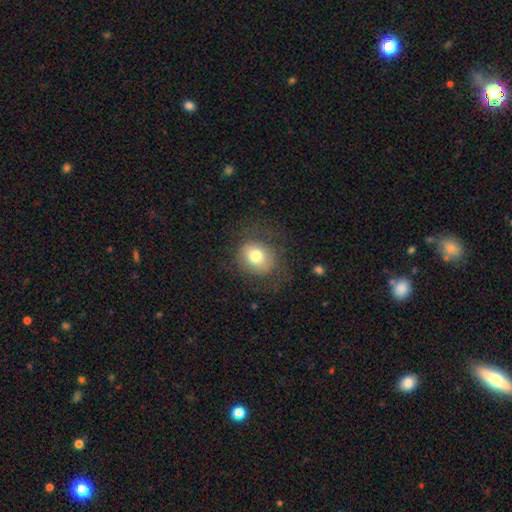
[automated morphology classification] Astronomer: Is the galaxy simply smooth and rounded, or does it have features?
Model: smooth — 74%.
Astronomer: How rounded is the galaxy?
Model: round — 70%.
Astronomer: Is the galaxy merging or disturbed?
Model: none — 69%.